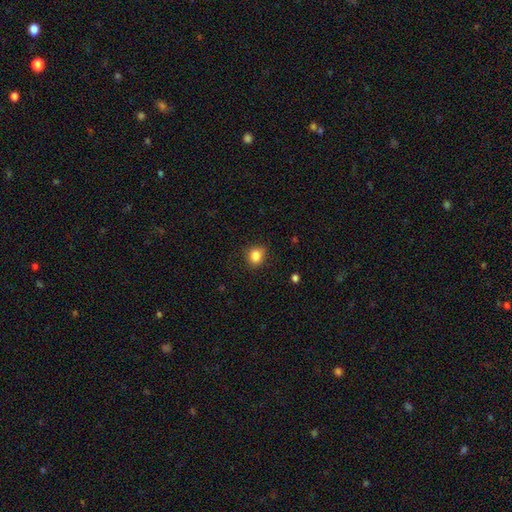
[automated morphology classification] A smooth galaxy with no disk features (84%) that is round (71%).

Vote fractions:
- Smooth or featured? smooth: 84% / star or artifact: 11% / featured or disk: 5%
- How rounded? round: 71% / in between: 28% / cigar-shaped: 1%
- Merging? none: 82% / minor disturbance: 14% / major disturbance: 3% / merger: 1%